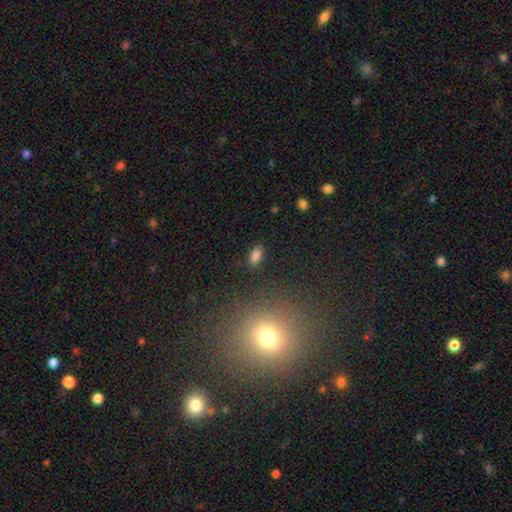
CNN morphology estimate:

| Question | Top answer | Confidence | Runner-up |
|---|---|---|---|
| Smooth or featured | smooth | 84% | star or artifact (11%) |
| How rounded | in between | 91% | round (5%) |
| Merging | none | 86% | minor disturbance (10%) |